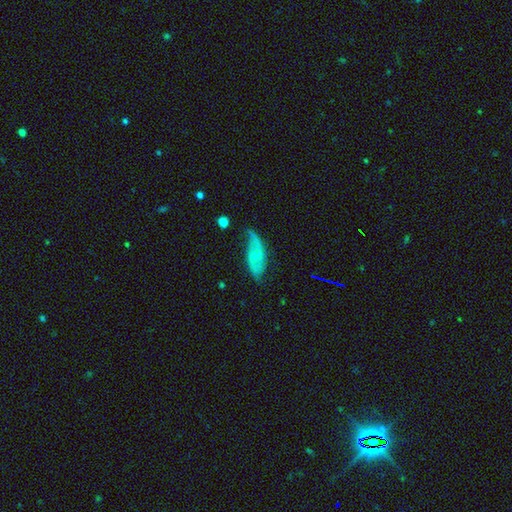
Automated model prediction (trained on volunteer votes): Overall: featured or disk (63%; smooth 28%). Edge-on disk: no (92%). Bar: no (44%, tied with weak). Spiral arms: yes (86%). Spiral arm count: 2 (82%). Spiral winding: loose (65%; medium 26%). Bulge size: small (43%; none 37%). Merging: none (52%; minor disturbance 29%).